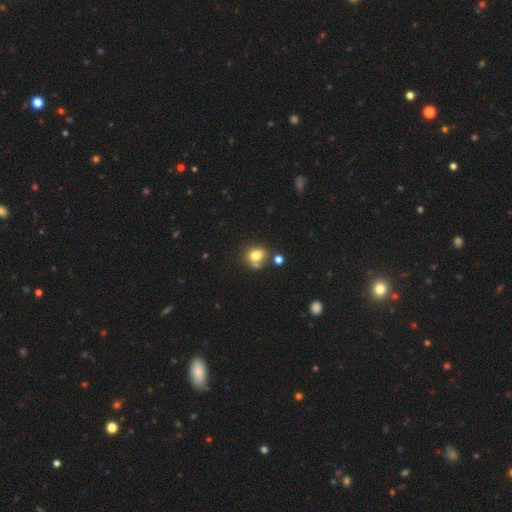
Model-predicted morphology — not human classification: Smooth or featured? Predicted: smooth (p=0.76). How rounded? Predicted: round (p=0.57). Merging? Predicted: none (p=0.55).